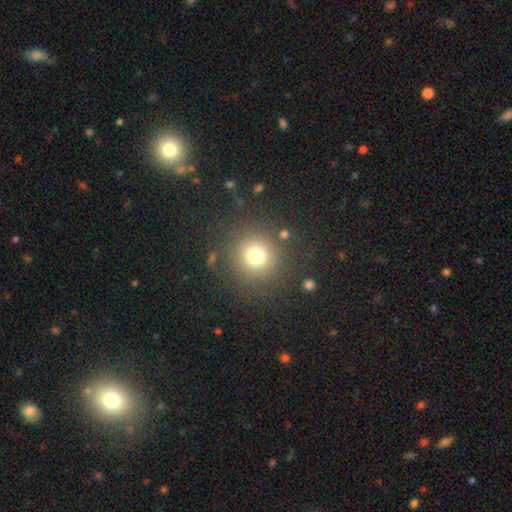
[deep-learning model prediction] Smooth or featured? smooth (74%)
How rounded? round (94%)
Merging? none (85%)